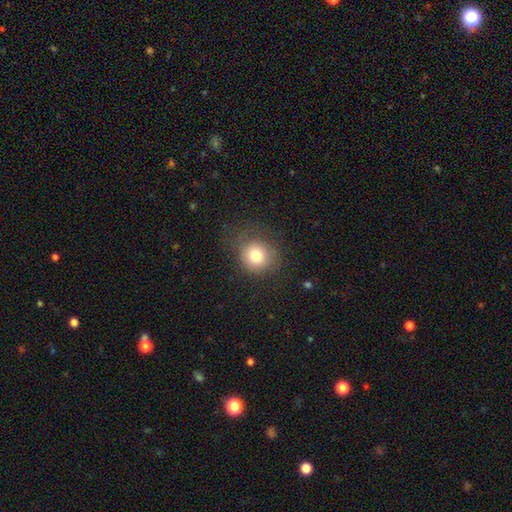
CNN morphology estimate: A smooth galaxy with no disk features (78%) that is round (84%). Merging: none (71%).